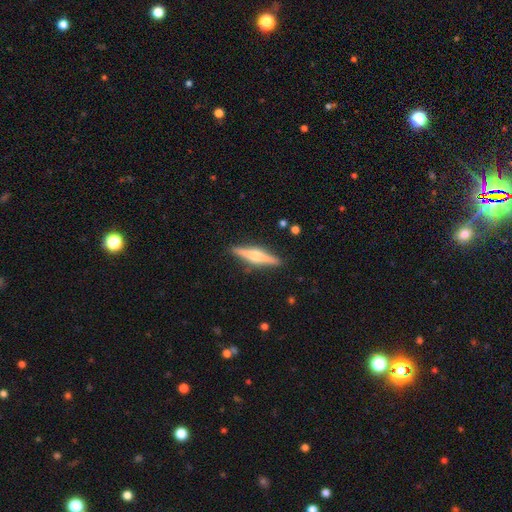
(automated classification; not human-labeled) This is likely a featured or disk galaxy (61%). It is clearly viewed edge-on (97%). Edge-on bulge: clearly rounded (81%). Merging: clearly none (89%).